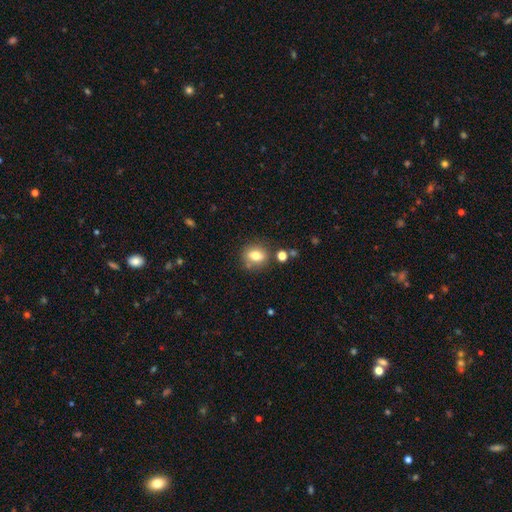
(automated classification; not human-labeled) Q: Smooth or featured?
A: smooth (76%); runner-up: featured or disk (13%)
Q: How rounded?
A: round (55%); runner-up: in between (43%)
Q: Merging?
A: none (74%); runner-up: minor disturbance (13%)